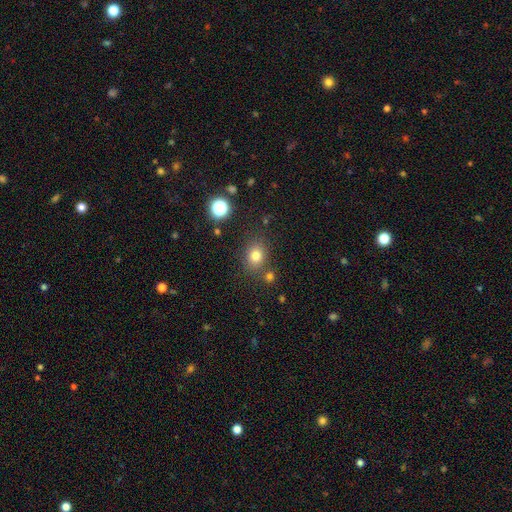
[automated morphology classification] A smooth galaxy with no disk features (77%) that is round (54%). Merging: none (76%).